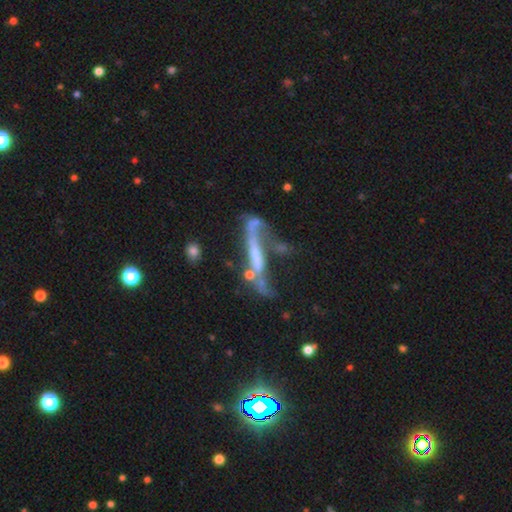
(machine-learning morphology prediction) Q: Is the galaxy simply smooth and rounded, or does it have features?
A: featured or disk — 64%.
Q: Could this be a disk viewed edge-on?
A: yes — 54%.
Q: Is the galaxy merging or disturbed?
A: major disturbance — 29%.